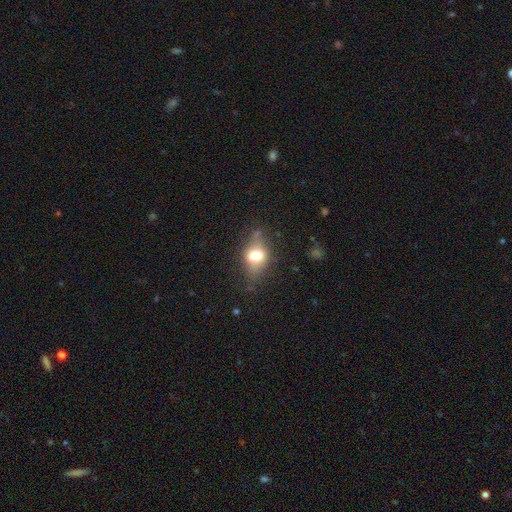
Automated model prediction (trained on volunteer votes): smooth 62%, featured or disk 28%, star or artifact 10%. Down the decision tree: how rounded — in between (70%); merging — none (62%).